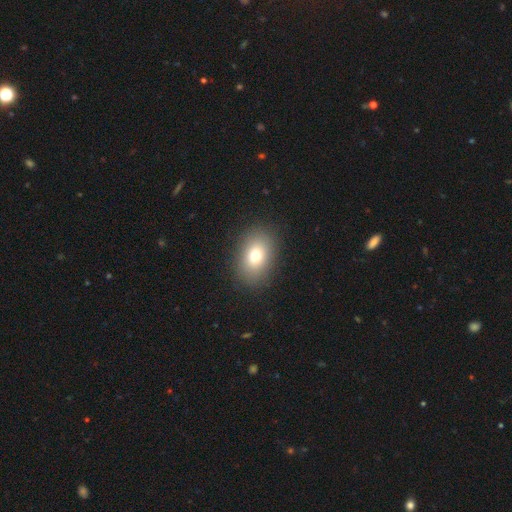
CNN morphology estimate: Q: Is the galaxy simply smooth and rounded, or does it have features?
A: smooth — 75%.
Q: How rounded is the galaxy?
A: in between — 74%.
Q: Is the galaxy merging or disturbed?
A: none — 88%.